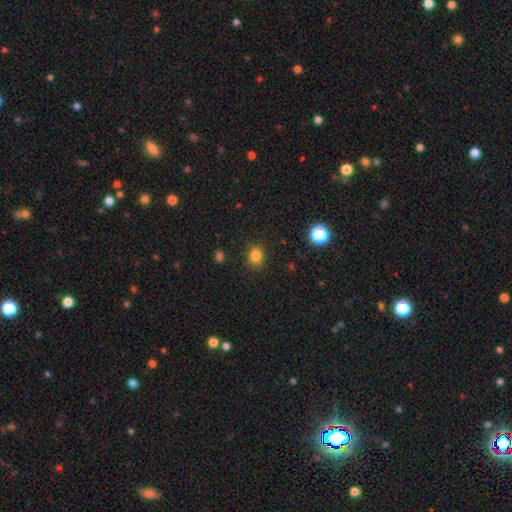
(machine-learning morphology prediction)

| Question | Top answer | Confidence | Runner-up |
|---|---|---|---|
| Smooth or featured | smooth | 82% | star or artifact (13%) |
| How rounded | round | 54% | in between (45%) |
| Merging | none | 86% | minor disturbance (10%) |